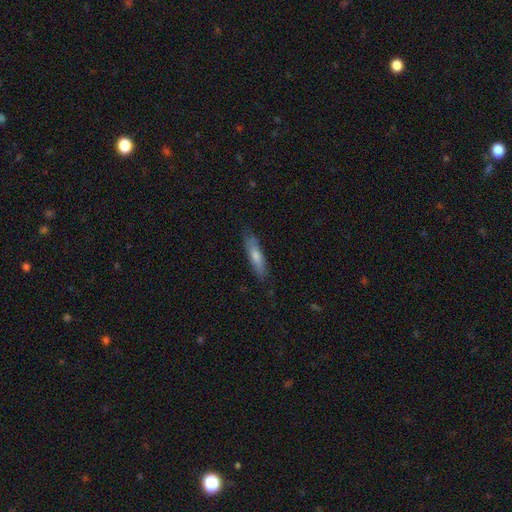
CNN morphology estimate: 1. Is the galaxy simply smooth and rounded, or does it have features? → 63% smooth, 30% featured or disk, 7% star or artifact.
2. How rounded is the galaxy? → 79% cigar-shaped, 19% in between, 2% round.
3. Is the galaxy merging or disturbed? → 83% none, 13% minor disturbance, 2% major disturbance, 1% merger.